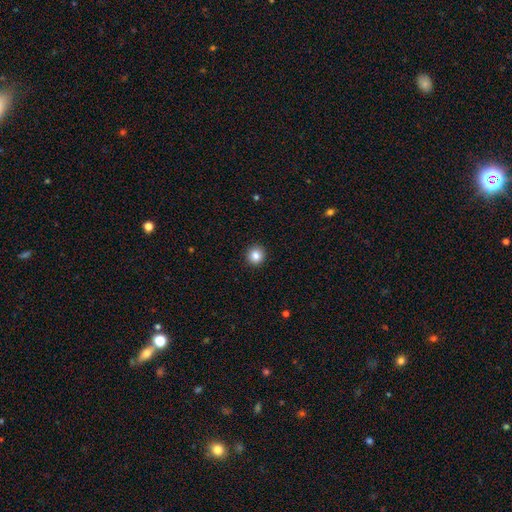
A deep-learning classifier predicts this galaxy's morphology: Smooth or featured? Predicted: smooth (p=0.85). How rounded? Predicted: round (p=0.93). Merging? Predicted: none (p=0.93).